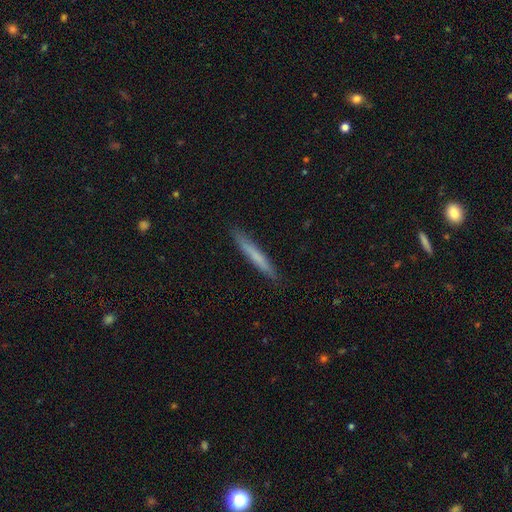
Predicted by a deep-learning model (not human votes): Q: Smooth or featured?
A: smooth (67%); runner-up: featured or disk (27%)
Q: How rounded?
A: cigar-shaped (96%); runner-up: in between (3%)
Q: Merging?
A: none (90%); runner-up: minor disturbance (8%)